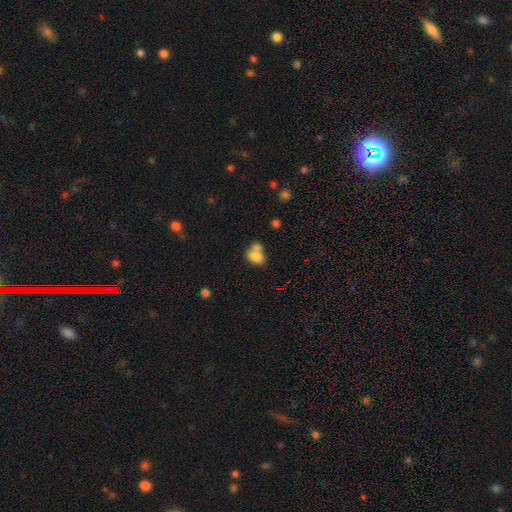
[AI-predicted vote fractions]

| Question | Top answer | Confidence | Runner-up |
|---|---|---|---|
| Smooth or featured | smooth | 78% | featured or disk (13%) |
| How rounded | in between | 69% | round (29%) |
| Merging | merger | 53% | none (29%) |